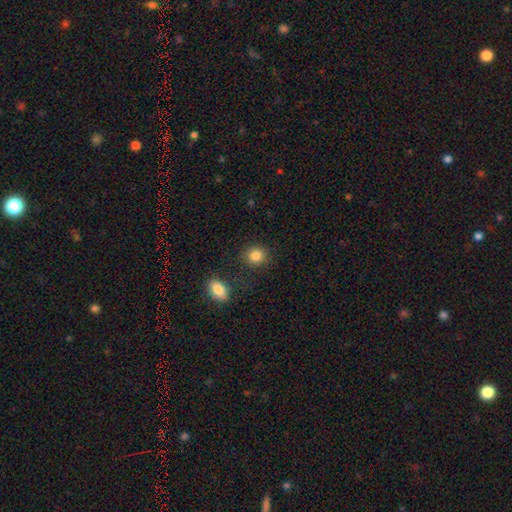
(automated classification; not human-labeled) Q: Smooth or featured?
A: smooth (85%); runner-up: star or artifact (10%)
Q: How rounded?
A: round (80%); runner-up: in between (19%)
Q: Merging?
A: none (84%); runner-up: minor disturbance (9%)